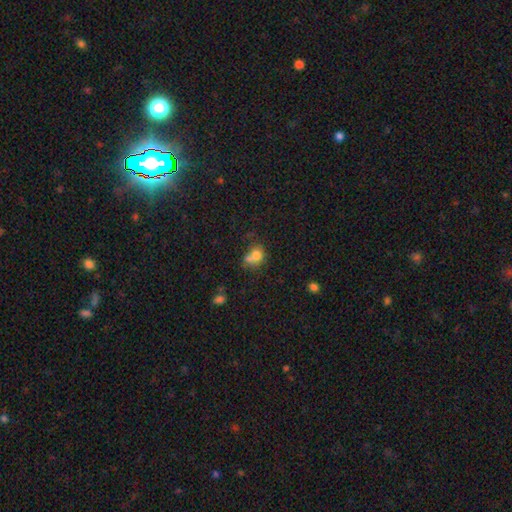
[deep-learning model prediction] Smooth or featured: smooth — 75% (featured or disk — 13%)
How rounded: round — 58% (in between — 41%)
Merging: merger — 47% (none — 32%)